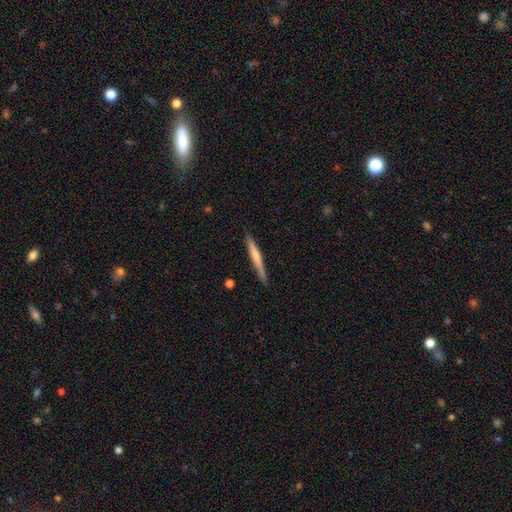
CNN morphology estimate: A smooth galaxy with no disk features (57%) that is cigar-shaped (97%). Merging: none (86%).